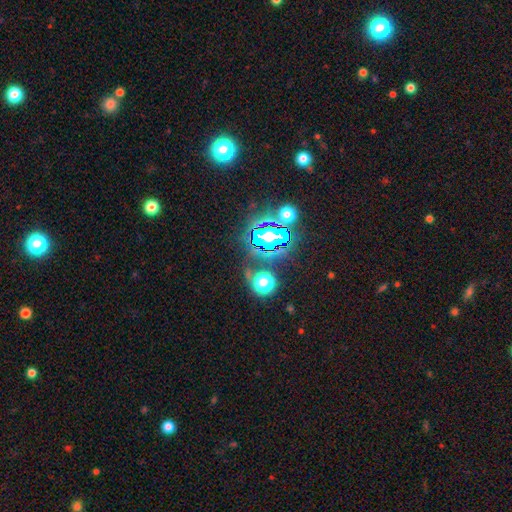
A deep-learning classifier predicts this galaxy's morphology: A star or artifact, not a galaxy (81%).